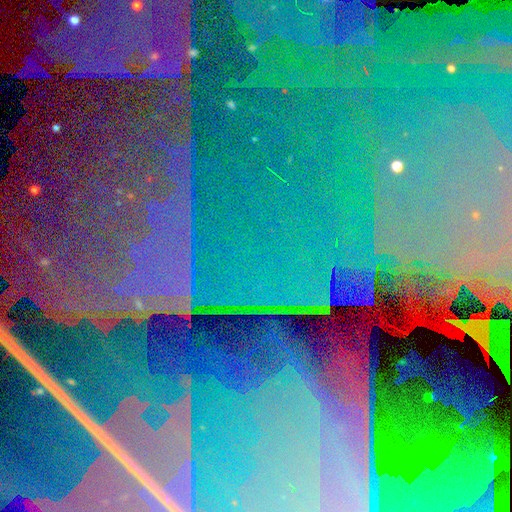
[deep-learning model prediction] Smooth or featured? Predicted: star or artifact (p=0.84).